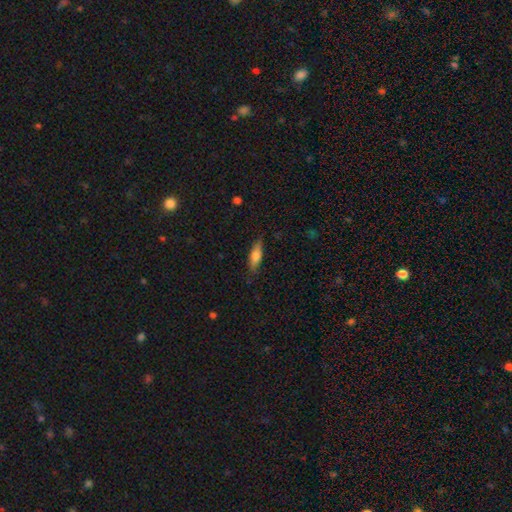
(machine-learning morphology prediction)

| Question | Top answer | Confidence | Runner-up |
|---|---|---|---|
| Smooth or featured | smooth | 71% | featured or disk (23%) |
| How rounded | cigar-shaped | 52% | in between (46%) |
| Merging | none | 81% | minor disturbance (14%) |